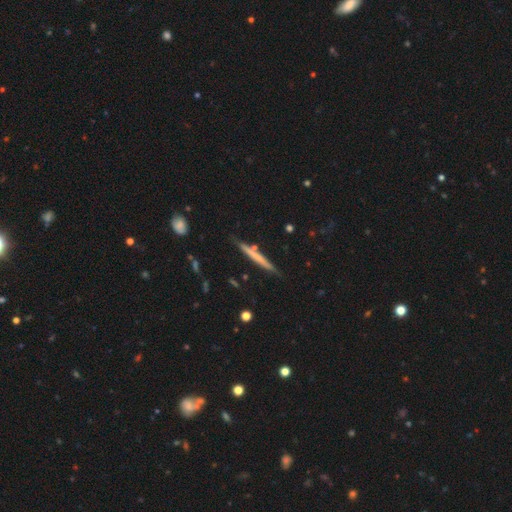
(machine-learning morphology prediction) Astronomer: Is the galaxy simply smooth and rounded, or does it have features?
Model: smooth — 51% (runner-up: featured or disk, 43%).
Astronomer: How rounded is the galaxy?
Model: cigar-shaped — 96%.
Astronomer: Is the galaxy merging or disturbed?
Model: none — 82%.